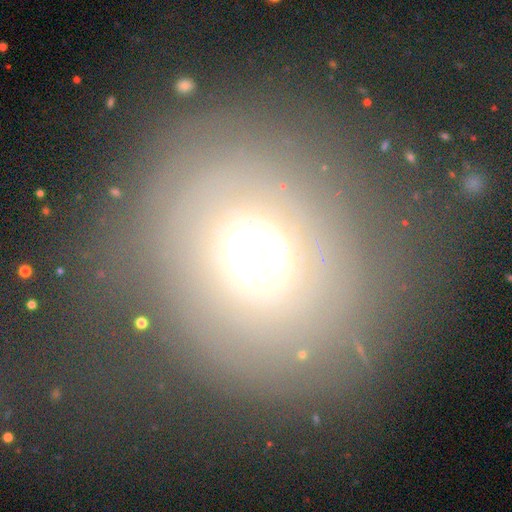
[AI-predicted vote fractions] Overall: smooth (56%; featured or disk 23%). How rounded: round (66%; in between 32%). Merging: none (80%).